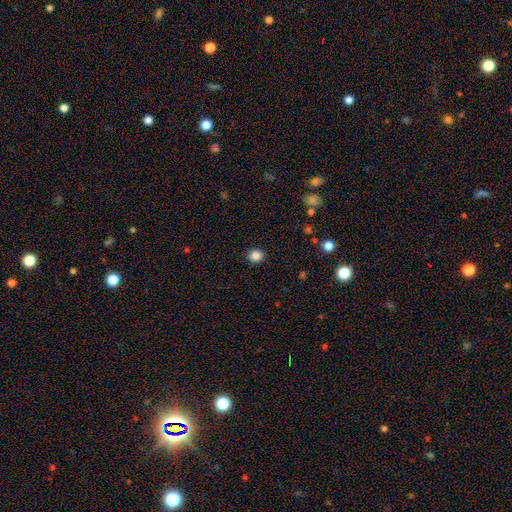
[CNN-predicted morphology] This appears to be a smooth galaxy with no disk features (85%) that is round (85%). Merging: none (91%).